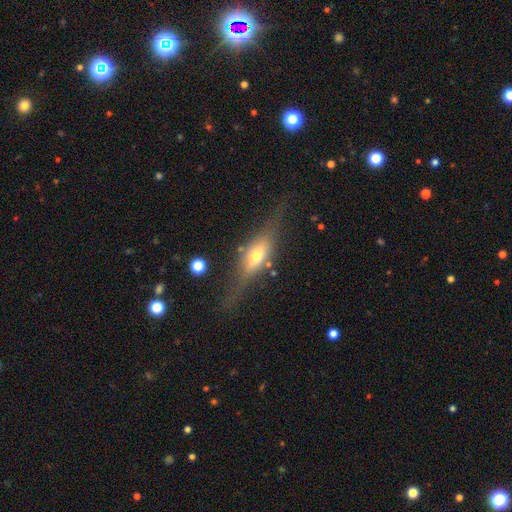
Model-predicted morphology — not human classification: Smooth or featured: featured or disk — 63% (smooth — 29%)
Edge-on disk: yes — 91% (no — 9%)
Edge-on bulge: rounded — 90% (boxy — 7%)
Merging: none — 70% (minor disturbance — 18%)